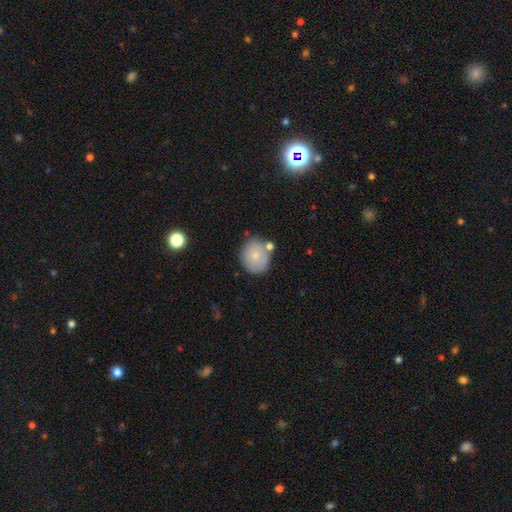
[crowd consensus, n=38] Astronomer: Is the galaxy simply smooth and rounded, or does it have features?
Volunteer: smooth — 82%.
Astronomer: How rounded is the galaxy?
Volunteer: round — 90%.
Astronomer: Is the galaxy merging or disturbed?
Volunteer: none — 71%.